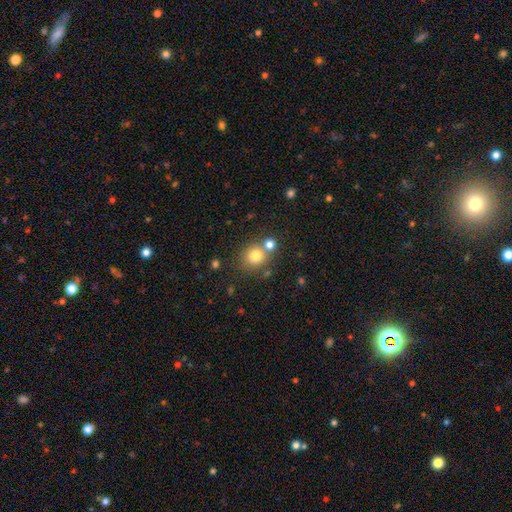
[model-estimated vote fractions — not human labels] A smooth galaxy with no disk features (78%) that is round (83%).

Vote fractions:
- Smooth or featured? smooth: 78% / star or artifact: 13% / featured or disk: 9%
- How rounded? round: 83% / in between: 16% / cigar-shaped: 1%
- Merging? none: 65% / merger: 22% / minor disturbance: 9% / major disturbance: 4%